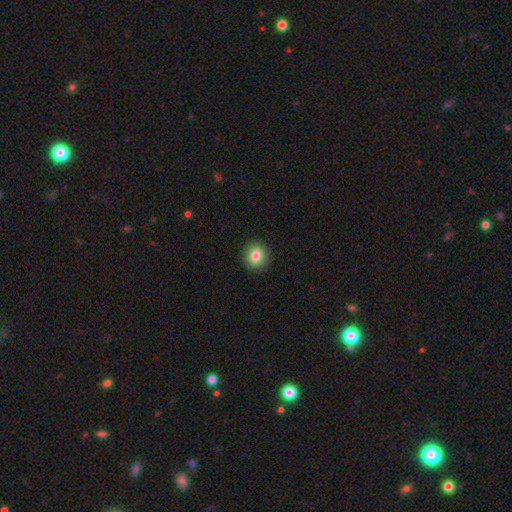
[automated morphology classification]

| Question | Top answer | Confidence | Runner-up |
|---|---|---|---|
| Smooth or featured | smooth | 84% | star or artifact (9%) |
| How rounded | round | 86% | in between (13%) |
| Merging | none | 92% | minor disturbance (5%) |